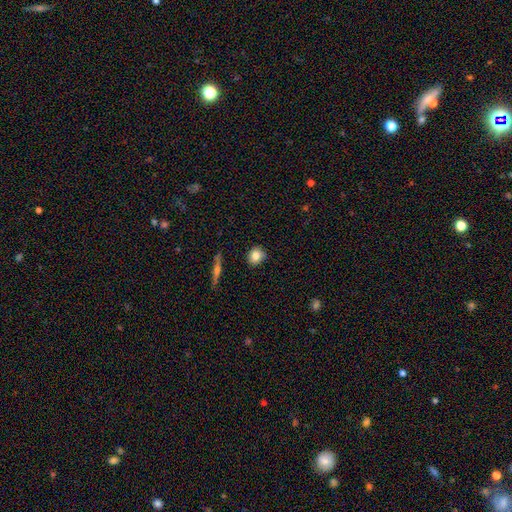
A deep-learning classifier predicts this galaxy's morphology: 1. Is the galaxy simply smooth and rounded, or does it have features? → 81% smooth, 10% featured or disk, 8% star or artifact.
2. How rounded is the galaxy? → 74% round, 23% in between, 2% cigar-shaped.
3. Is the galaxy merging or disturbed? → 83% none, 13% minor disturbance, 2% major disturbance, 2% merger.